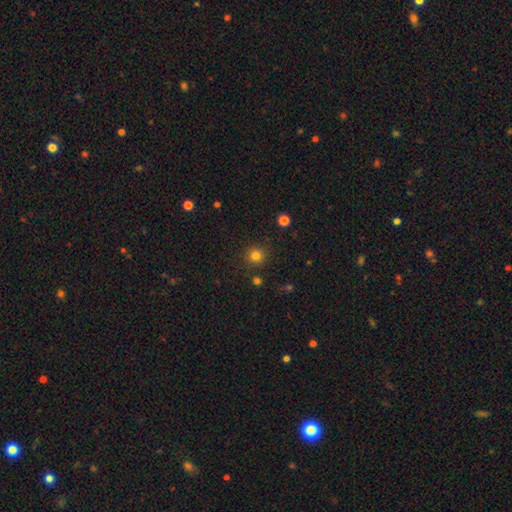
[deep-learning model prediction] This is likely a smooth galaxy (80%). How rounded: clearly round (93%). Merging: clearly none (87%).